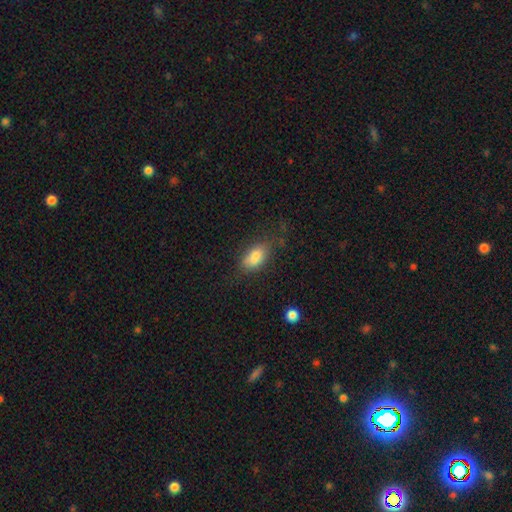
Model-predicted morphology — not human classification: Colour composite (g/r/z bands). It shows a smooth galaxy with no disk features (77%) that is in between round and cigar-shaped (86%). Merging: none (59%).